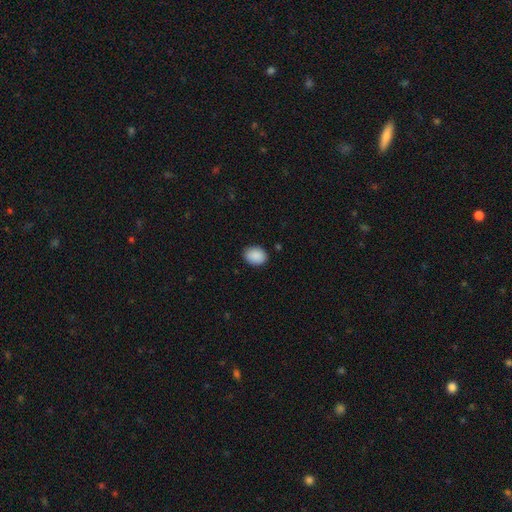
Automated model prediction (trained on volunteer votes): Q: Smooth or featured?
A: smooth (90%); runner-up: star or artifact (7%)
Q: How rounded?
A: in between (61%); runner-up: round (38%)
Q: Merging?
A: none (87%); runner-up: minor disturbance (10%)